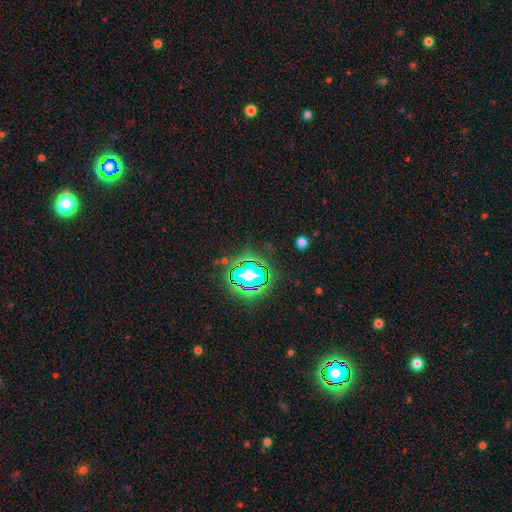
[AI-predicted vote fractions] Overall: star or artifact (83%).